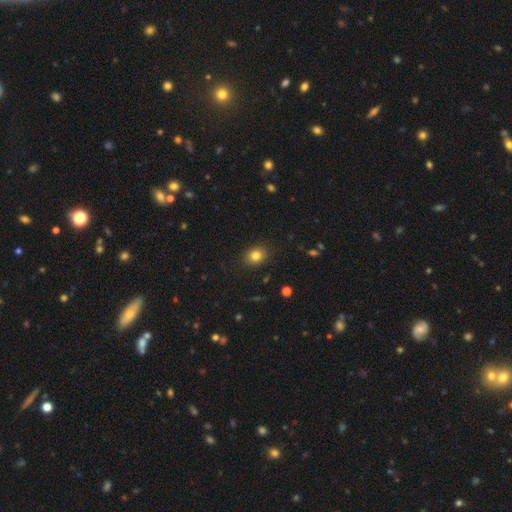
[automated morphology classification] The model was most divided on "how rounded": round: 52%, in between: 47%, cigar-shaped: 1%. More confident: merging — none (87%); smooth or featured — smooth (82%).